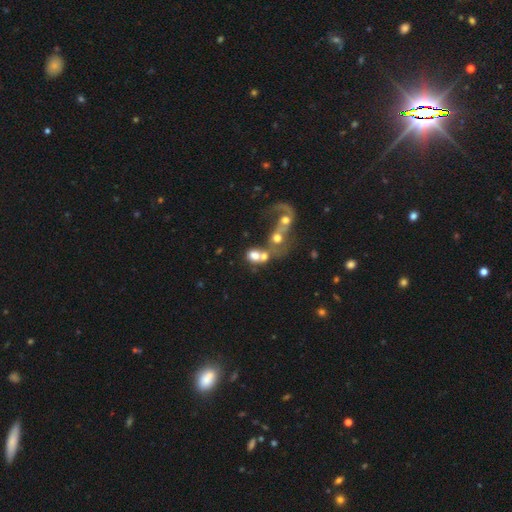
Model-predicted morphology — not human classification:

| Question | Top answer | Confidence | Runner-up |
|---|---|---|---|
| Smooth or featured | smooth | 54% | featured or disk (32%) |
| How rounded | round | 57% | in between (41%) |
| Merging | merger | 62% | none (18%) |